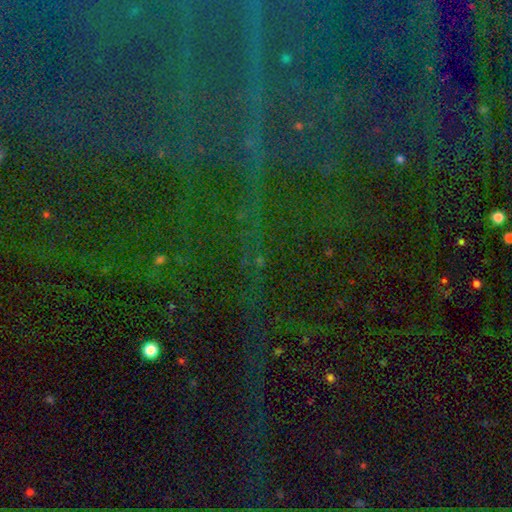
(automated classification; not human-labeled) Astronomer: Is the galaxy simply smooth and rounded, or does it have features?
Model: star or artifact — 82%.